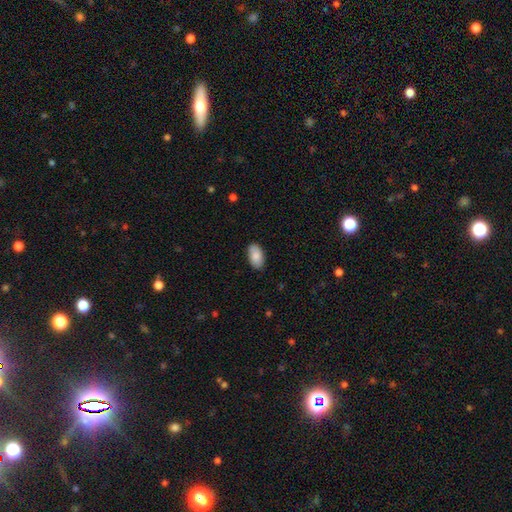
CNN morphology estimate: Q: Smooth or featured?
A: smooth (86%); runner-up: featured or disk (8%)
Q: How rounded?
A: in between (95%); runner-up: round (3%)
Q: Merging?
A: none (86%); runner-up: minor disturbance (11%)